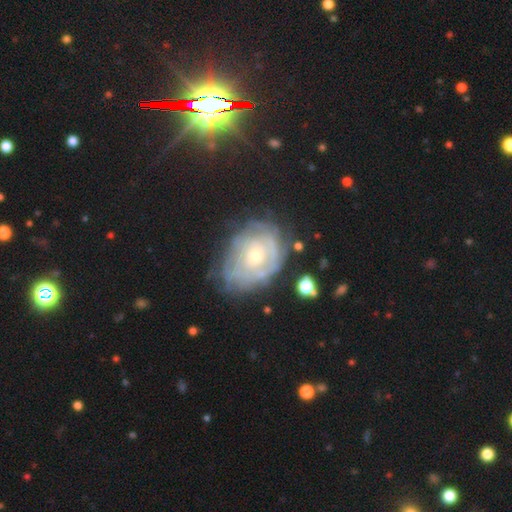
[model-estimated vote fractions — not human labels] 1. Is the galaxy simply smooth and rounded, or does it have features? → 72% featured or disk, 20% smooth, 8% star or artifact.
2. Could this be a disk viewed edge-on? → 96% no, 4% yes.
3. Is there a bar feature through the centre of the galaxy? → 81% no, 16% weak, 3% strong.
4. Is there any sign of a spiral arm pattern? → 70% yes, 30% no.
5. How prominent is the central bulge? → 55% small, 40% moderate, 3% large, 1% none, 1% dominant.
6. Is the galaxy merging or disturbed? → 61% none, 24% minor disturbance, 13% major disturbance, 3% merger.